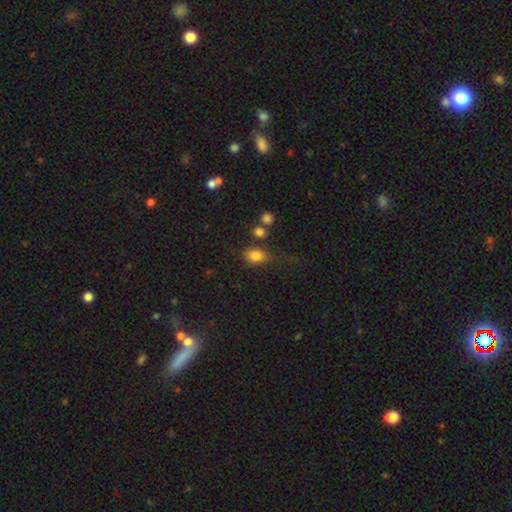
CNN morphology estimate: The model was most divided on "merging": none: 59%, minor disturbance: 19%, merger: 11%, major disturbance: 10%. More confident: smooth or featured — smooth (82%); how rounded — in between (71%).